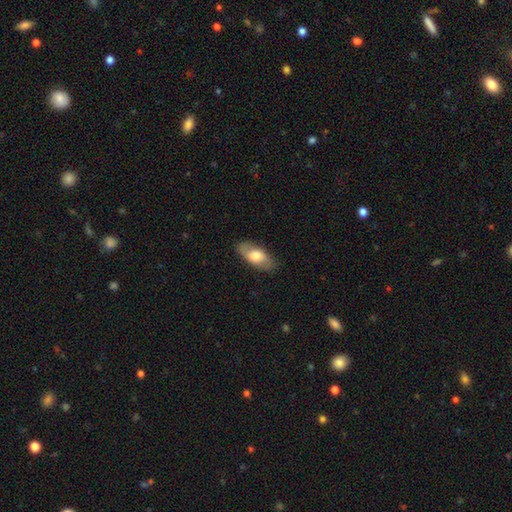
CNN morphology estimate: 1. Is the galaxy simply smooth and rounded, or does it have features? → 64% smooth, 30% featured or disk, 6% star or artifact.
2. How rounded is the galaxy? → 86% in between, 11% cigar-shaped, 4% round.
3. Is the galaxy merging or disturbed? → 83% none, 13% minor disturbance, 3% major disturbance, 1% merger.